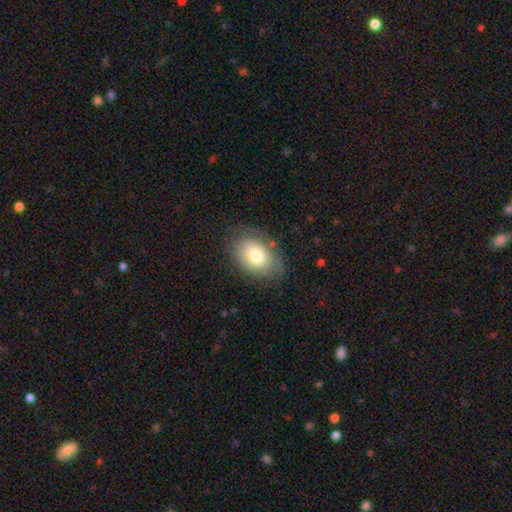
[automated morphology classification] This is likely a smooth galaxy (71%). How rounded: clearly in between (81%). Merging: likely none (74%).